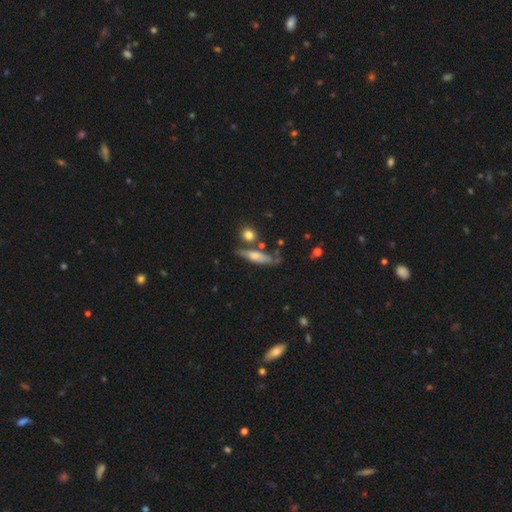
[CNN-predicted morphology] Smooth or featured: smooth — 53% (featured or disk — 39%)
How rounded: cigar-shaped — 65% (in between — 31%)
Merging: none — 57% (minor disturbance — 22%)